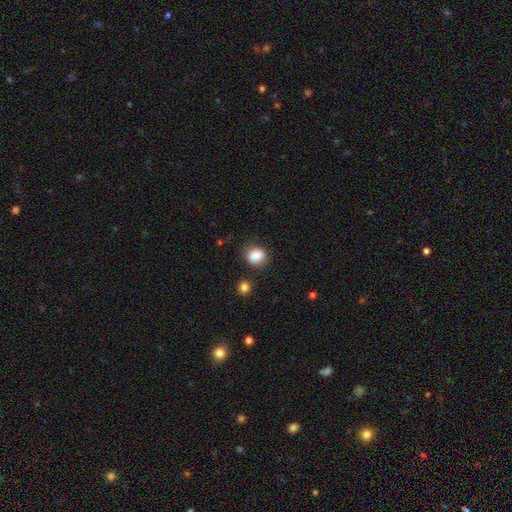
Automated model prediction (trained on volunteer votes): This is clearly a smooth galaxy (85%). How rounded: likely round (66%). Merging: likely none (75%).